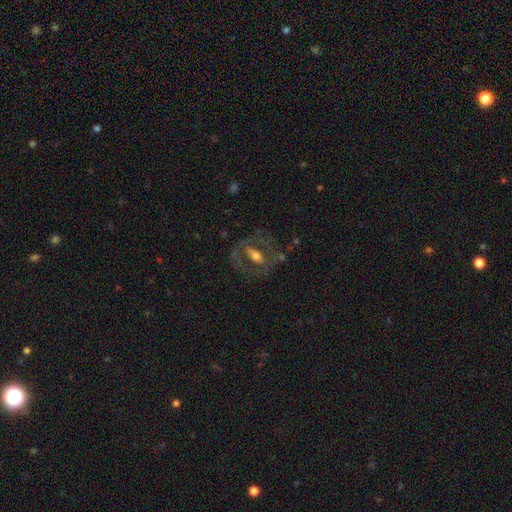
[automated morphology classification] Q: Smooth or featured?
A: featured or disk (61%); runner-up: smooth (31%)
Q: Edge-on disk?
A: no (88%); runner-up: yes (12%)
Q: Bar?
A: no (46%); runner-up: weak (27%)
Q: Spiral arms?
A: no (76%); runner-up: yes (24%)
Q: Bulge size?
A: moderate (61%); runner-up: large (18%)
Q: Merging?
A: none (62%); runner-up: major disturbance (19%)